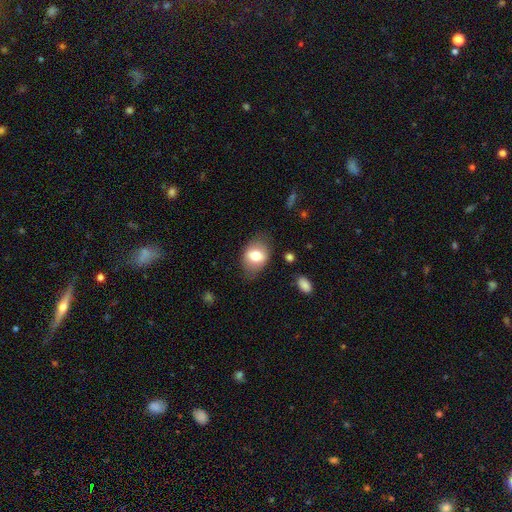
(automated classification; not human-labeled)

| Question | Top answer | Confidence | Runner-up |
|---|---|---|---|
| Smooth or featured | smooth | 69% | featured or disk (23%) |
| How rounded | in between | 75% | round (24%) |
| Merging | none | 72% | minor disturbance (19%) |